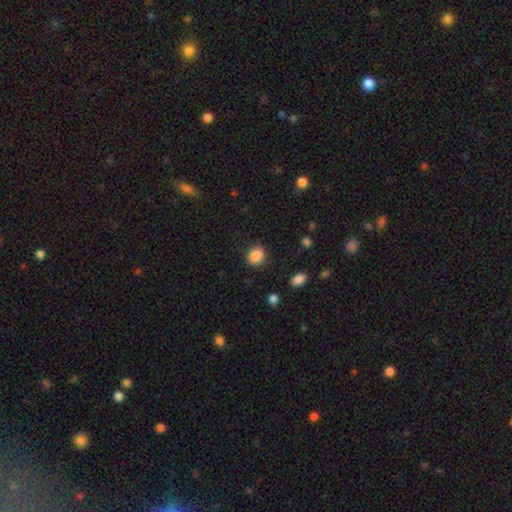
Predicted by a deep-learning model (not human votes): smooth 87%, star or artifact 9%, featured or disk 4%. Down the decision tree: how rounded — round (68%); merging — none (86%).